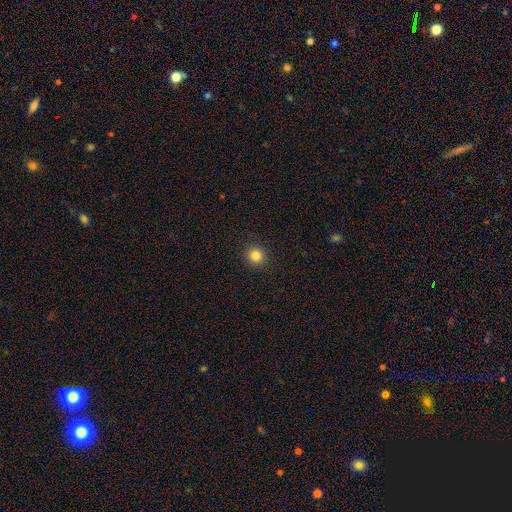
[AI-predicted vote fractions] Smooth or featured?
  - smooth: 83% *
  - star or artifact: 12%
  - featured or disk: 5%
How rounded?
  - round: 93% *
  - in between: 6%
  - cigar-shaped: 1%
Merging?
  - none: 92% *
  - minor disturbance: 5%
  - major disturbance: 2%
  - merger: 1%